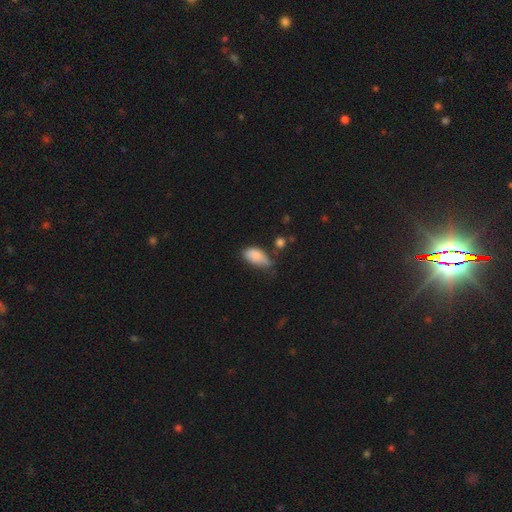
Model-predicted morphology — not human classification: This appears to be a smooth galaxy with no disk features (84%) that is in between round and cigar-shaped (92%). Merging: minor disturbance (45%).